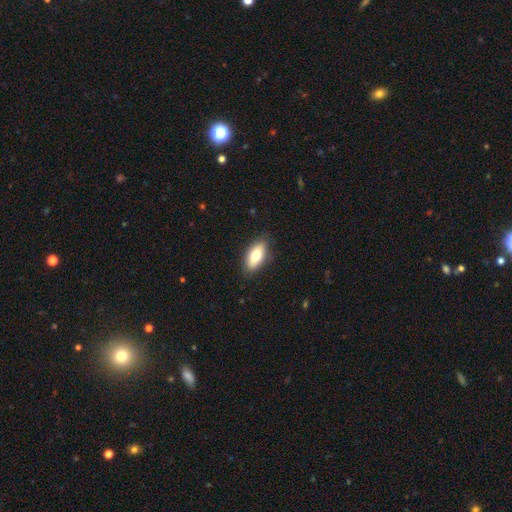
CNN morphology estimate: Overall: smooth (77%). How rounded: in between (86%). Merging: none (86%).